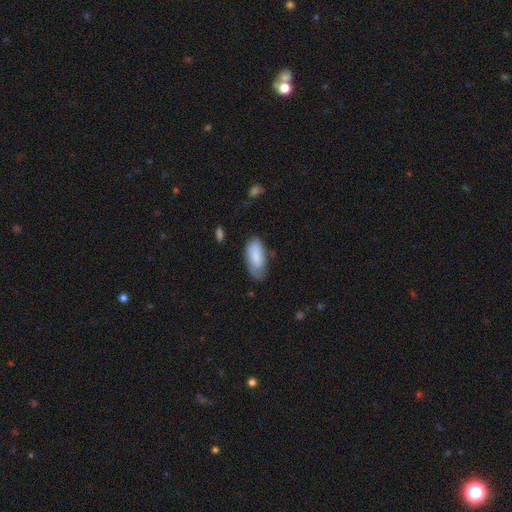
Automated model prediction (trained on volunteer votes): This is clearly a smooth galaxy (84%). How rounded: clearly in between (89%). Merging: likely none (61%).